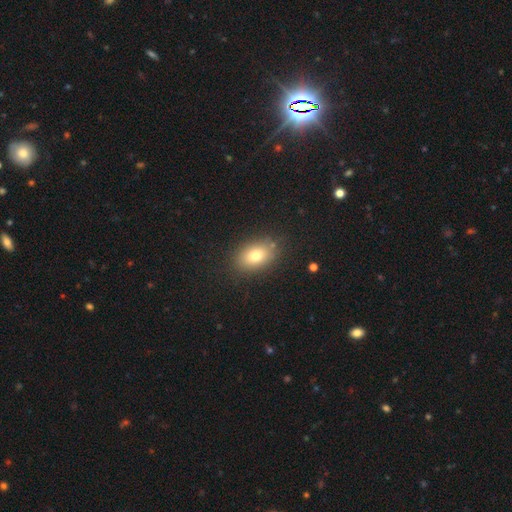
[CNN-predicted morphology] type=smooth (76%); roundness=in between (80%); merging=none (83%).